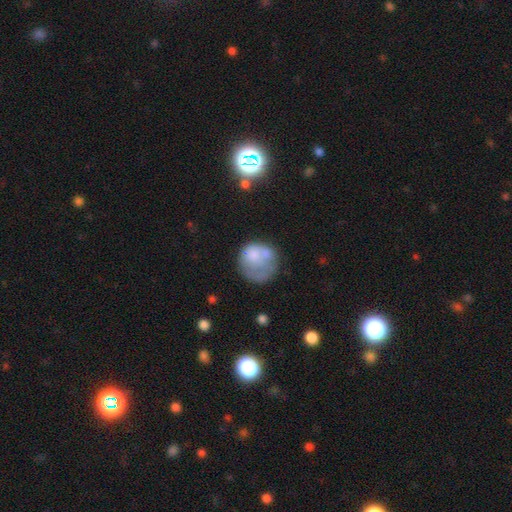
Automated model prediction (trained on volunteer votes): This is likely a smooth galaxy (61%). How rounded: likely round (79%). Merging: marginally none (42%).